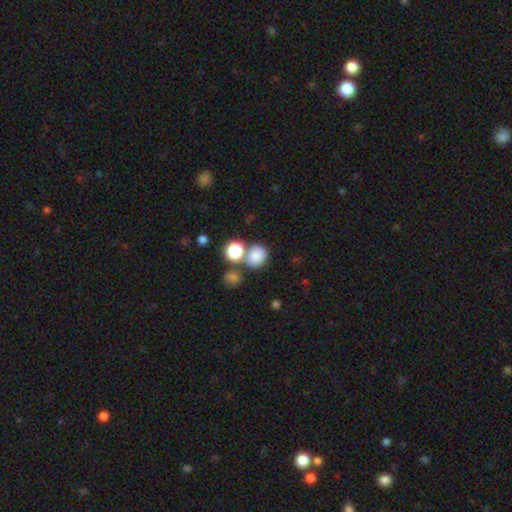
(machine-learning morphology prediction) A smooth galaxy with no disk features (81%) that is round (67%).

Vote fractions:
- Smooth or featured? smooth: 81% / star or artifact: 13% / featured or disk: 7%
- How rounded? round: 67% / in between: 32% / cigar-shaped: 1%
- Merging? none: 56% / merger: 29% / minor disturbance: 11% / major disturbance: 5%